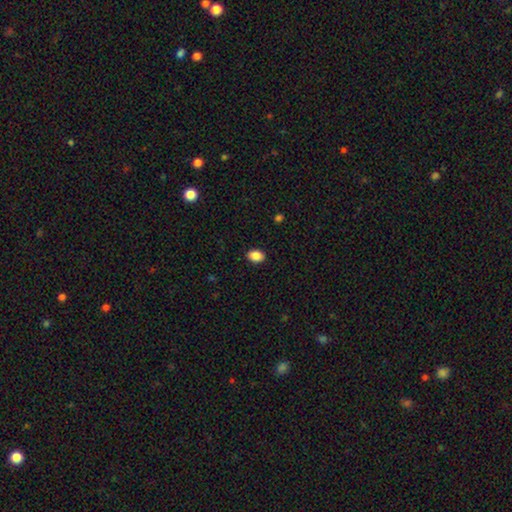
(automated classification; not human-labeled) This is clearly a smooth galaxy (88%). How rounded: likely in between (77%). Merging: clearly none (89%).